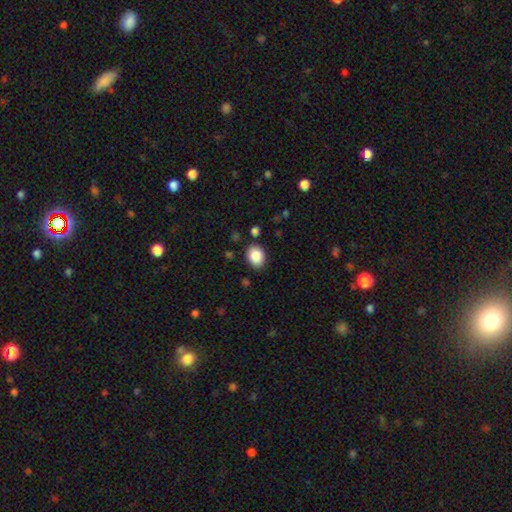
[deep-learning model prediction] The model was most divided on "how rounded": in between: 61%, round: 39%, cigar-shaped: 1%. More confident: smooth or featured — smooth (87%); merging — none (84%).